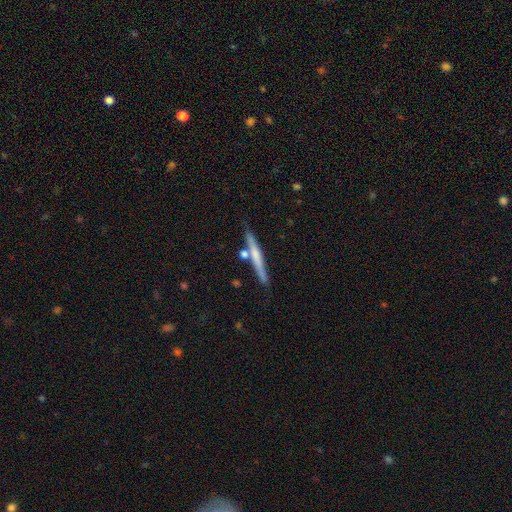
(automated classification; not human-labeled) Smooth or featured? Predicted: featured or disk (p=0.48). Merging? Predicted: none (p=0.78).